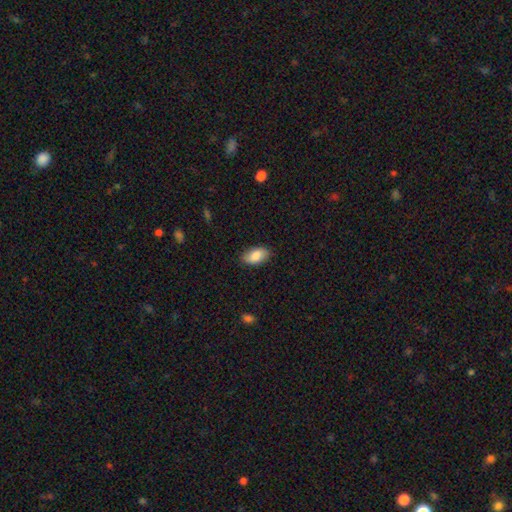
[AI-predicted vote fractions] Morphology: type=smooth (83%); roundness=in between (94%); merging=none (85%).